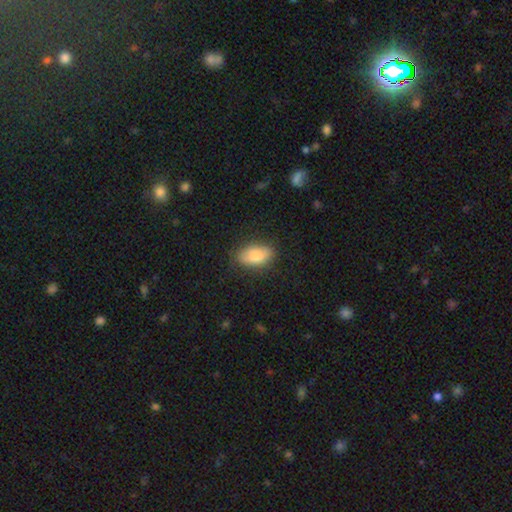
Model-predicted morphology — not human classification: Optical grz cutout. It shows a smooth galaxy with no disk features (81%) that is in between round and cigar-shaped (90%). Merging: none (80%).